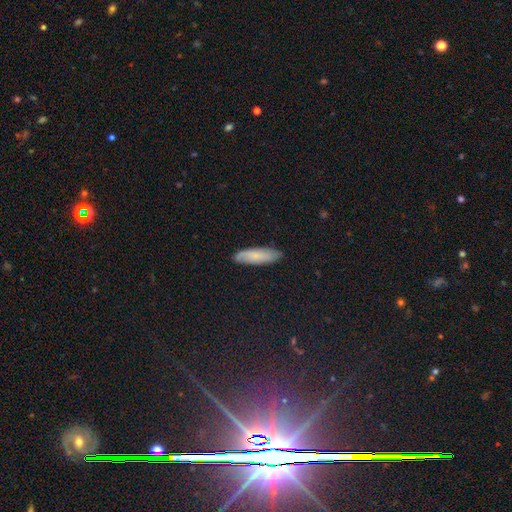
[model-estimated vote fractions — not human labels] A smooth galaxy with no disk features (69%) that is cigar-shaped (59%). Merging: none (84%).